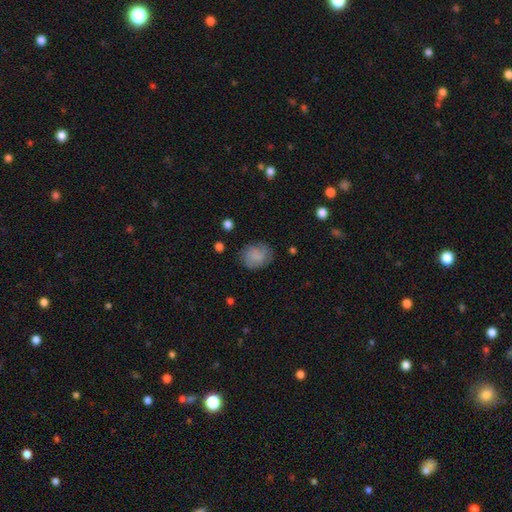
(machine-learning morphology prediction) smooth 74%, featured or disk 17%, star or artifact 9%. Down the decision tree: how rounded — round (61%); merging — none (70%).